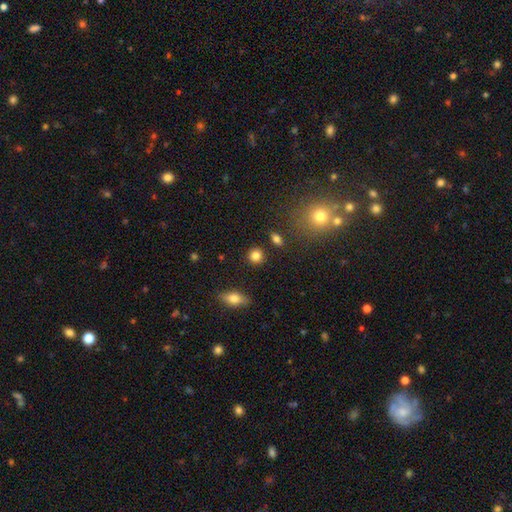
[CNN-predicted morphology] Overall: smooth (84%). How rounded: round (86%). Merging: none (87%).